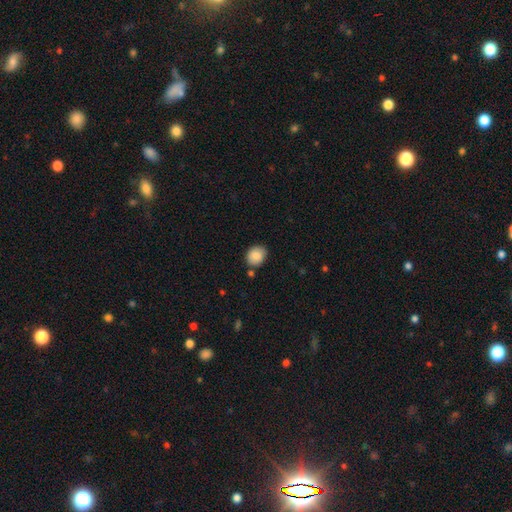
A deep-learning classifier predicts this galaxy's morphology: Smooth or featured: smooth — 86% (star or artifact — 8%)
How rounded: round — 60% (in between — 39%)
Merging: none — 79% (minor disturbance — 13%)